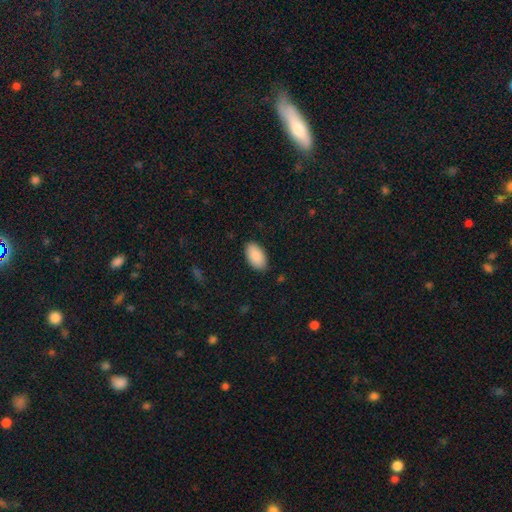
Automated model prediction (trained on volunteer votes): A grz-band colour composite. It shows a smooth galaxy with no disk features (90%) that is in between round and cigar-shaped (96%). Merging: none (87%).